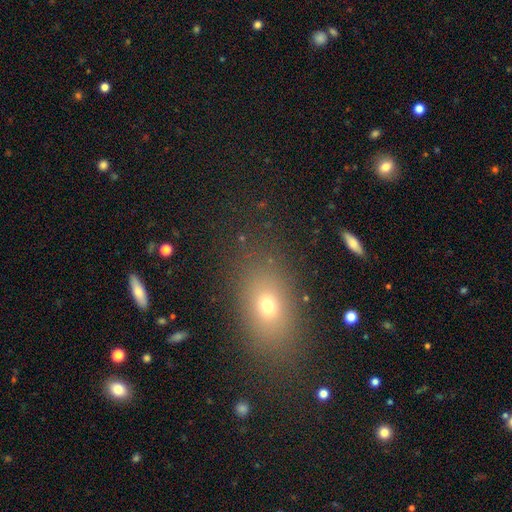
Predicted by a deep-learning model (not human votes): smooth_or_featured: smooth (p=0.62) [alt: star or artifact p=0.25]
how_rounded: in between (p=0.72) [alt: round p=0.22]
merging: none (p=0.85) [alt: minor disturbance p=0.09]